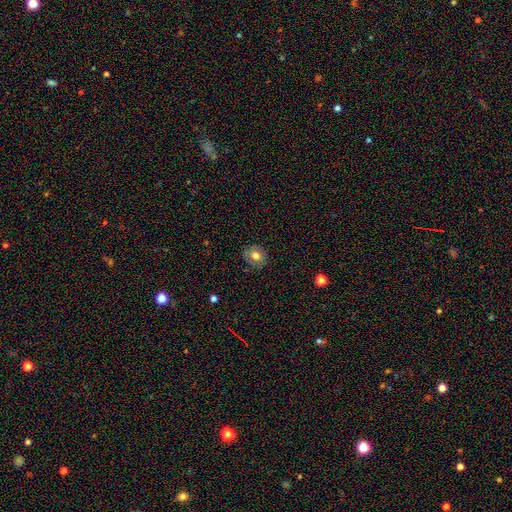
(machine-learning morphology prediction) Smooth or featured: smooth — 72% (featured or disk — 18%)
How rounded: round — 73% (in between — 26%)
Merging: none — 83% (minor disturbance — 13%)